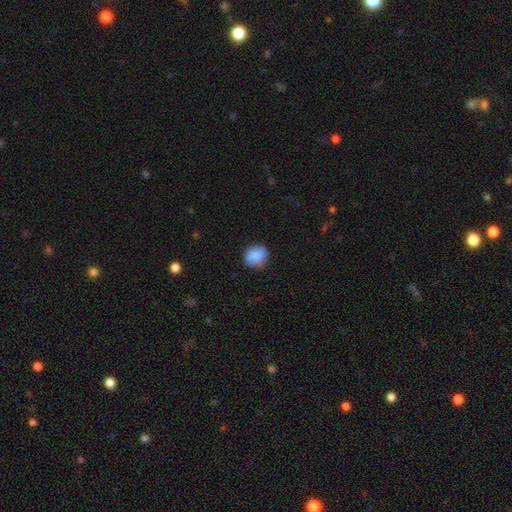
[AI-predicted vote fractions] A smooth galaxy with no disk features (86%) that is round (72%).

Vote fractions:
- Smooth or featured? smooth: 86% / star or artifact: 8% / featured or disk: 6%
- How rounded? round: 72% / in between: 27% / cigar-shaped: 1%
- Merging? none: 82% / minor disturbance: 14% / major disturbance: 3% / merger: 1%